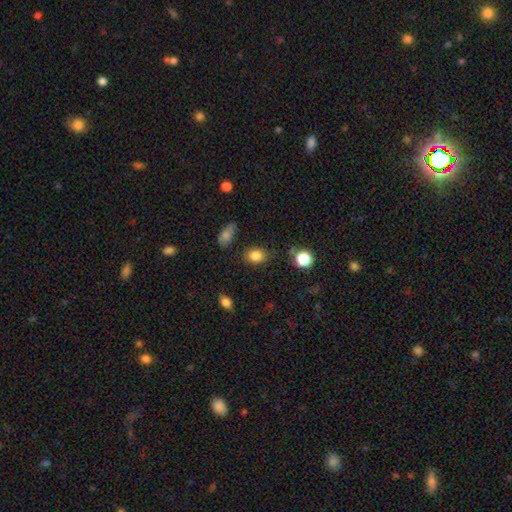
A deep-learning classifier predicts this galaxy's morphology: The model was most divided on "how rounded": in between: 58%, round: 40%, cigar-shaped: 1%. More confident: smooth or featured — smooth (84%); merging — none (79%).